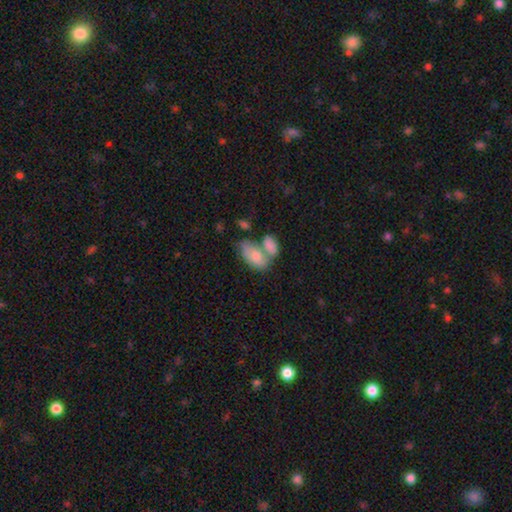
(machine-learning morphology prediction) Smooth or featured? smooth (75%)
How rounded? in between (91%)
Merging? merger (54%)